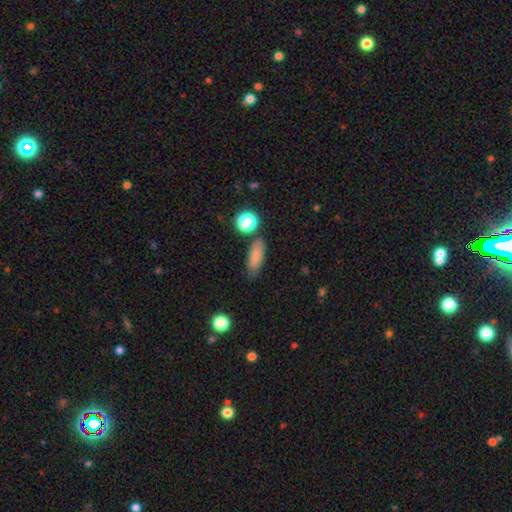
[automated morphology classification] type=smooth (79%); roundness=in between (70%); merging=none (74%).